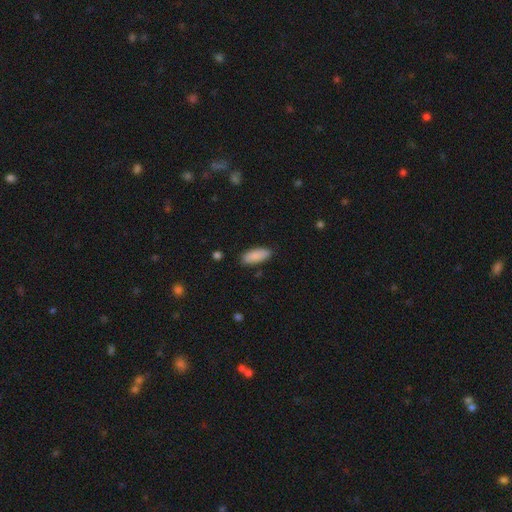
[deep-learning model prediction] Smooth or featured: smooth — 89% (star or artifact — 6%)
How rounded: in between — 79% (cigar-shaped — 20%)
Merging: none — 86% (minor disturbance — 11%)